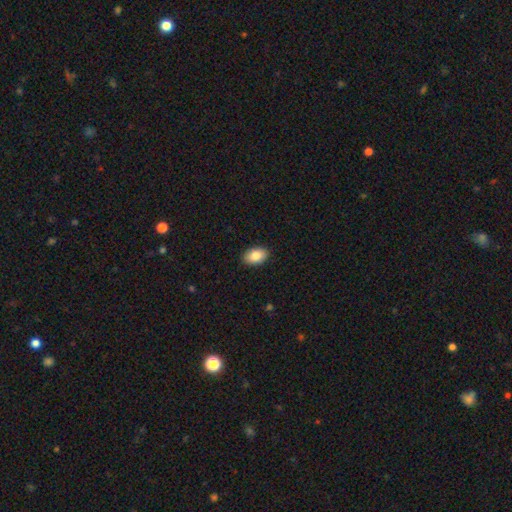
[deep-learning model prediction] The model was most divided on "smooth or featured": smooth: 85%, featured or disk: 8%, star or artifact: 7%. More confident: how rounded — in between (91%); merging — none (90%).